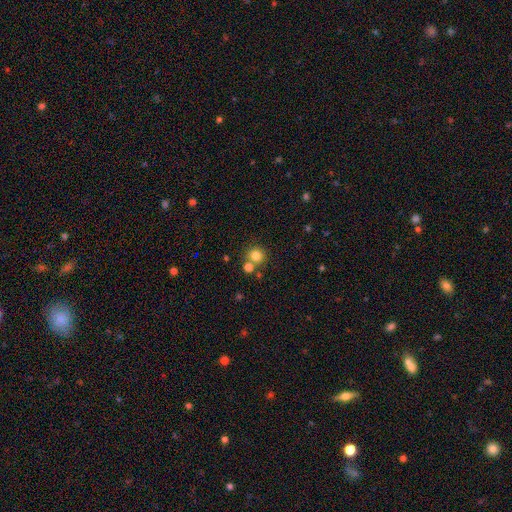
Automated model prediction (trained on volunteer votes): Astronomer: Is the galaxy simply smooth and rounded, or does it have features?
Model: smooth — 79%.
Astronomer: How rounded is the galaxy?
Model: round — 92%.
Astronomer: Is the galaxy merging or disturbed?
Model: none — 68%.